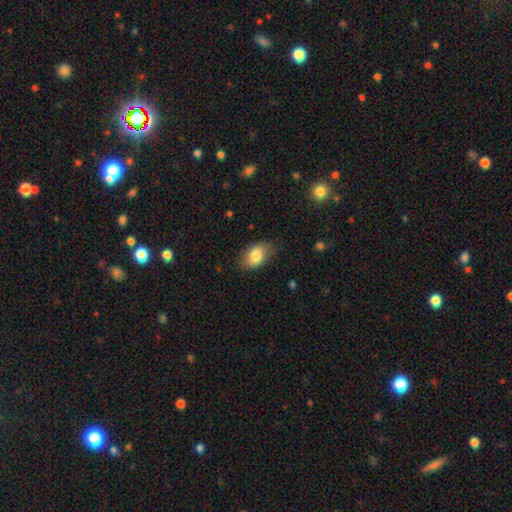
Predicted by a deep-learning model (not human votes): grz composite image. It shows a smooth galaxy with no disk features (82%) that is in between round and cigar-shaped (89%). Merging: none (77%).